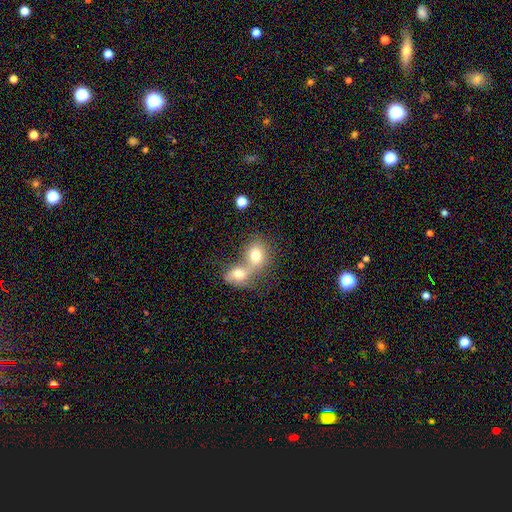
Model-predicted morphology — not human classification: smooth 74%, featured or disk 17%, star or artifact 9%. Down the decision tree: how rounded — round (52%); merging — merger (71%).